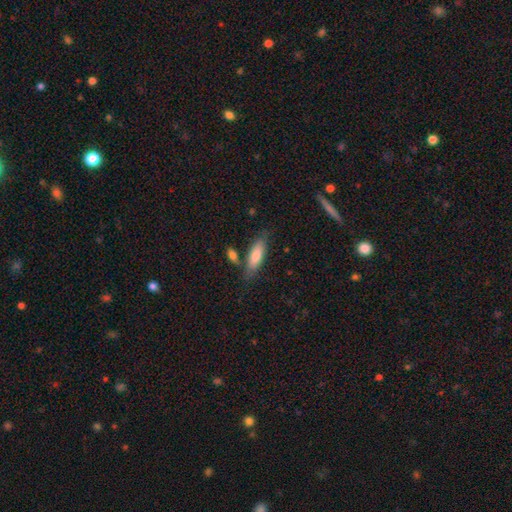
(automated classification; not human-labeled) This appears to be a smooth galaxy with no disk features (78%) that is in between round and cigar-shaped (52%). Merging: none (69%).